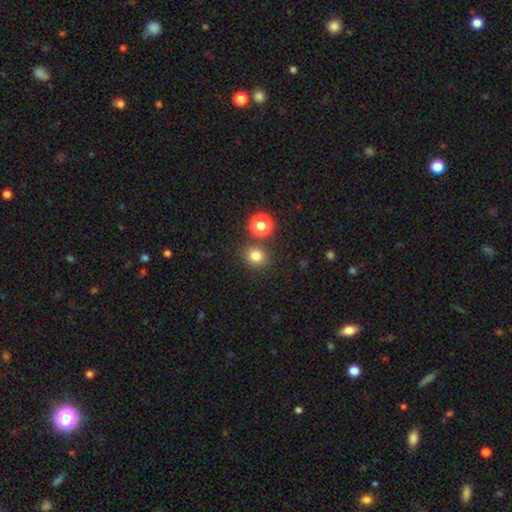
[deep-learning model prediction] Q: Smooth or featured?
A: smooth (78%); runner-up: star or artifact (16%)
Q: How rounded?
A: round (82%); runner-up: in between (17%)
Q: Merging?
A: none (81%); runner-up: merger (8%)